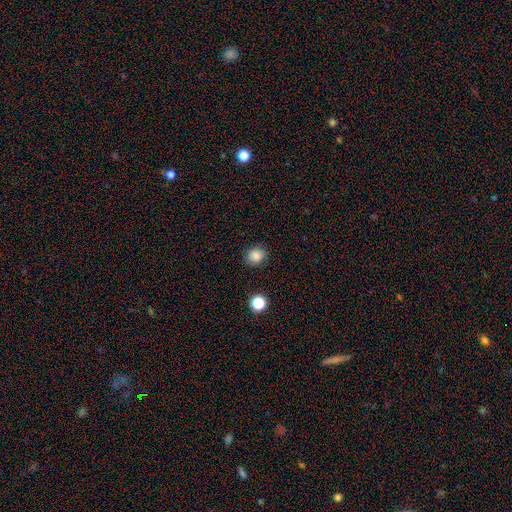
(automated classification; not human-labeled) Smooth or featured?
  - smooth: 84% *
  - star or artifact: 11%
  - featured or disk: 5%
How rounded?
  - round: 70% *
  - in between: 30%
  - cigar-shaped: 1%
Merging?
  - none: 84% *
  - minor disturbance: 11%
  - major disturbance: 3%
  - merger: 2%